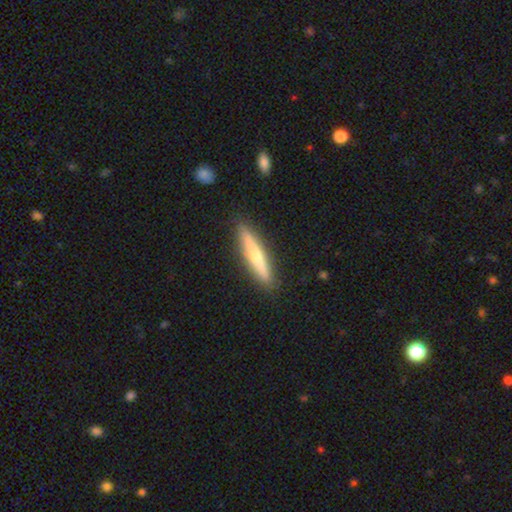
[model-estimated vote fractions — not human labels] This is possibly a smooth galaxy (47%). Merging: clearly none (89%).